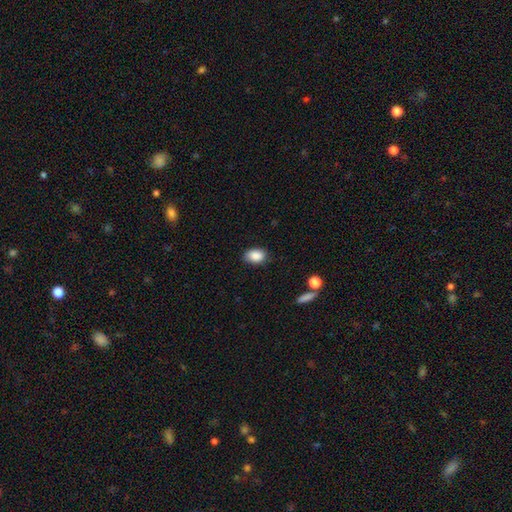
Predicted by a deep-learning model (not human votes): smooth-or-featured: smooth: 88% | star or artifact: 8% | featured or disk: 4%
  how-rounded: in between: 81% | round: 17% | cigar-shaped: 1%
  merging: none: 82% | minor disturbance: 14% | major disturbance: 3% | merger: 1%